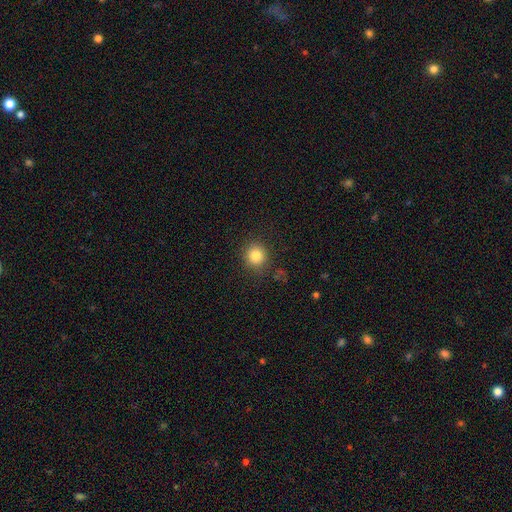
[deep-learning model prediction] Overall: smooth (83%). How rounded: round (90%). Merging: none (86%).